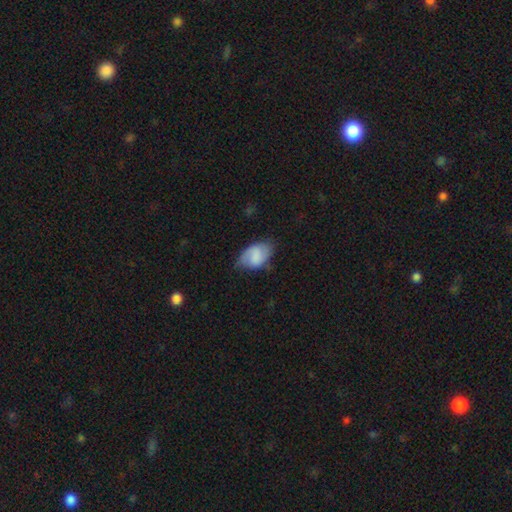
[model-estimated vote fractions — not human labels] The model was most divided on "merging": none: 54%, minor disturbance: 34%, major disturbance: 10%, merger: 2%. More confident: how rounded — in between (89%); smooth or featured — smooth (67%).